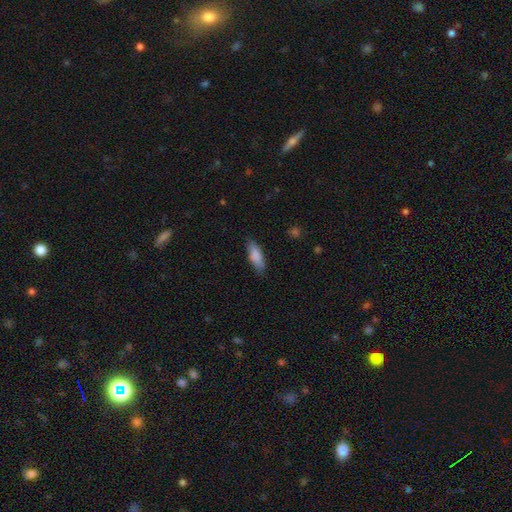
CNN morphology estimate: Smooth or featured: smooth — 86% (featured or disk — 8%)
How rounded: in between — 63% (cigar-shaped — 35%)
Merging: none — 82% (minor disturbance — 15%)